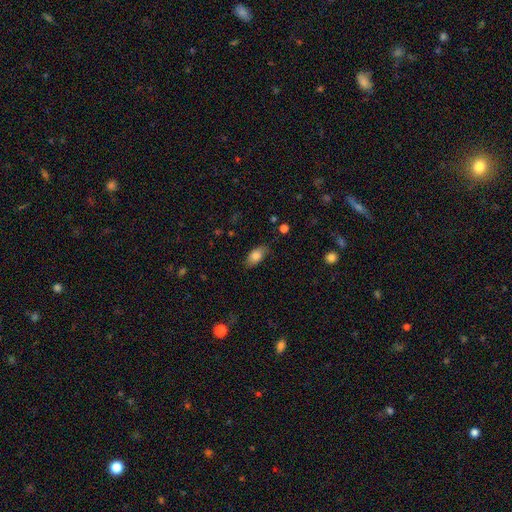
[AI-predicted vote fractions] Morphology: type=smooth (83%); roundness=in between (90%); merging=none (78%).